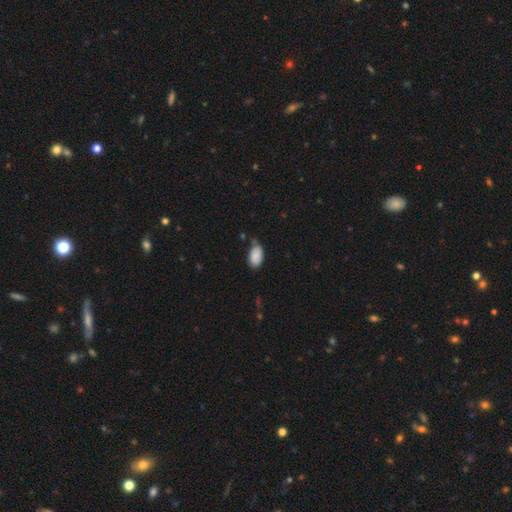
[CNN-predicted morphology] smooth-or-featured: smooth: 88% | star or artifact: 7% | featured or disk: 5%
  how-rounded: in between: 95% | round: 4% | cigar-shaped: 2%
  merging: none: 64% | minor disturbance: 27% | major disturbance: 5% | merger: 4%